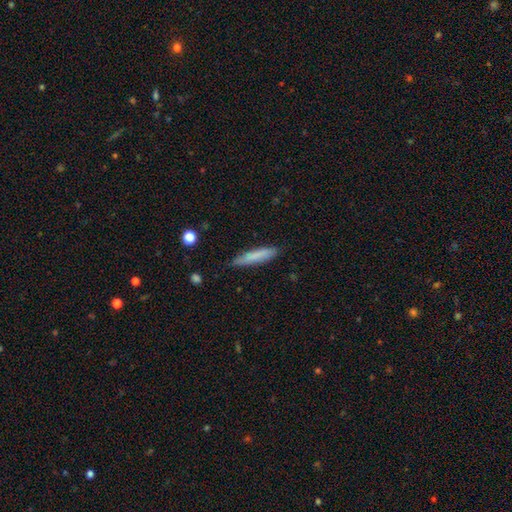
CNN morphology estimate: smooth 78%, featured or disk 16%, star or artifact 6%. Down the decision tree: how rounded — cigar-shaped (88%); merging — none (80%).